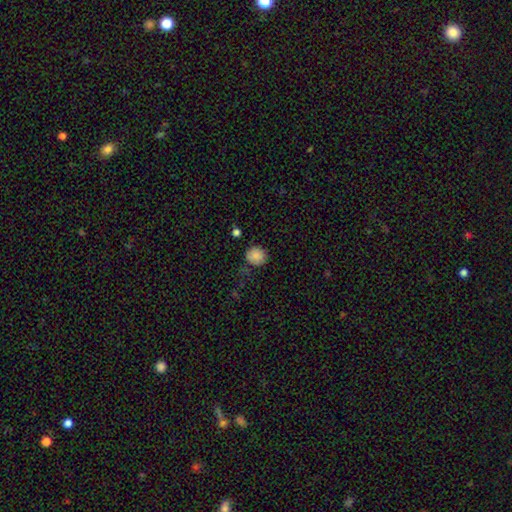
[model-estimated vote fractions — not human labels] Morphology: type=smooth (86%); roundness=round (81%); merging=none (75%).